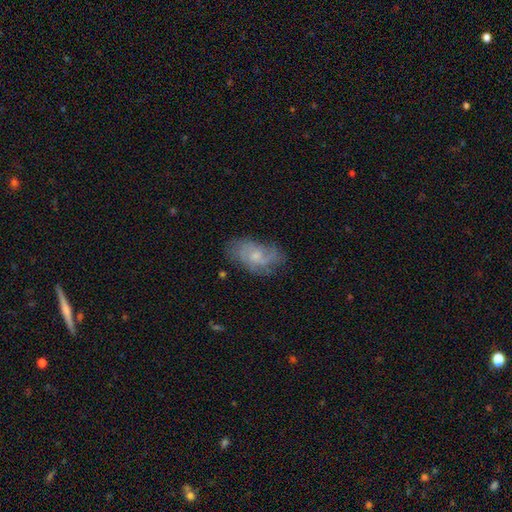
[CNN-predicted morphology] The model was most divided on "bulge size": small: 50%, moderate: 38%, none: 9%, large: 3%, dominant: 1%. More confident: edge-on disk — no (95%); spiral arms — yes (84%); bar — no (68%); merging — none (64%); smooth or featured — featured or disk (63%).